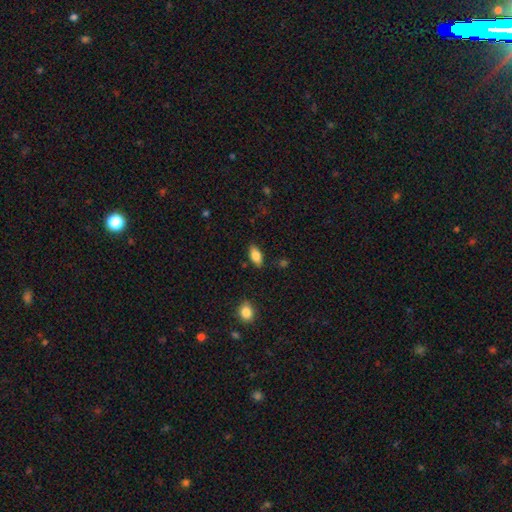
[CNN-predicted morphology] A smooth galaxy with no disk features (81%) that is in between round and cigar-shaped (89%).

Vote fractions:
- Smooth or featured? smooth: 81% / featured or disk: 12% / star or artifact: 7%
- How rounded? in between: 89% / cigar-shaped: 8% / round: 3%
- Merging? none: 84% / minor disturbance: 11% / major disturbance: 3% / merger: 2%